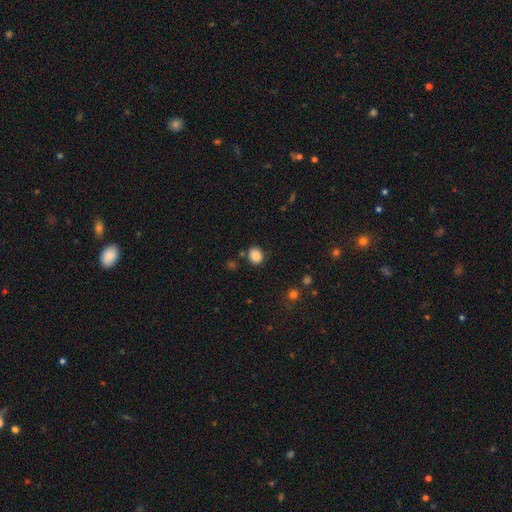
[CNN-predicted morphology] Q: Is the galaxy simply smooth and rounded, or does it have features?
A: smooth — 86%.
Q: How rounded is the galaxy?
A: round — 66%.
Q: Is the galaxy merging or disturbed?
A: none — 80%.